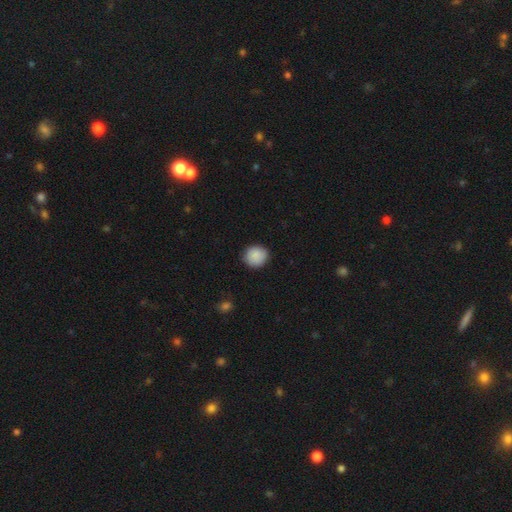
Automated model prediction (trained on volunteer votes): A smooth galaxy with no disk features (89%) that is round (86%). Merging: none (88%).